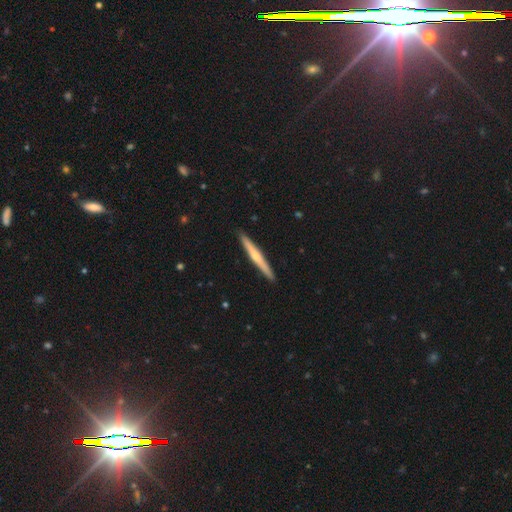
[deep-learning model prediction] Smooth or featured?
  - featured or disk: 58% *
  - smooth: 37%
  - star or artifact: 5%
Edge-on disk?
  - yes: 97% *
  - no: 3%
Edge-on bulge?
  - rounded: 71% *
  - none: 25%
  - boxy: 4%
Merging?
  - none: 92% *
  - minor disturbance: 6%
  - major disturbance: 1%
  - merger: 1%